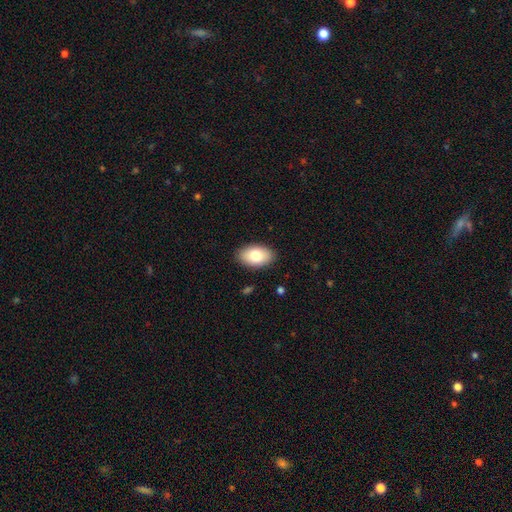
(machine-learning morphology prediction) Smooth or featured?
  - smooth: 79% *
  - featured or disk: 14%
  - star or artifact: 7%
How rounded?
  - in between: 93% *
  - round: 6%
  - cigar-shaped: 1%
Merging?
  - none: 88% *
  - minor disturbance: 9%
  - major disturbance: 2%
  - merger: 1%